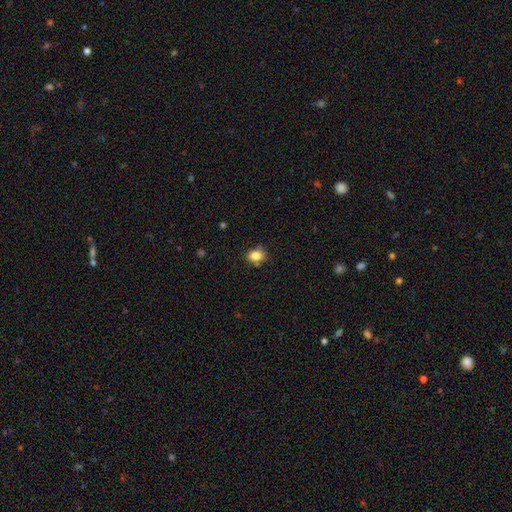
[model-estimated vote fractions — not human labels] Overall: smooth (81%). How rounded: round (50%; in between 49%). Merging: none (69%).